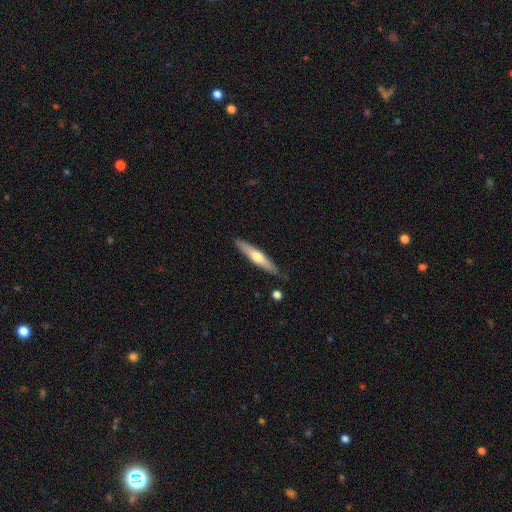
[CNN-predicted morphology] featured or disk 52%, smooth 42%, star or artifact 6%. Down the decision tree: edge-on disk — yes (93%); merging — none (88%).